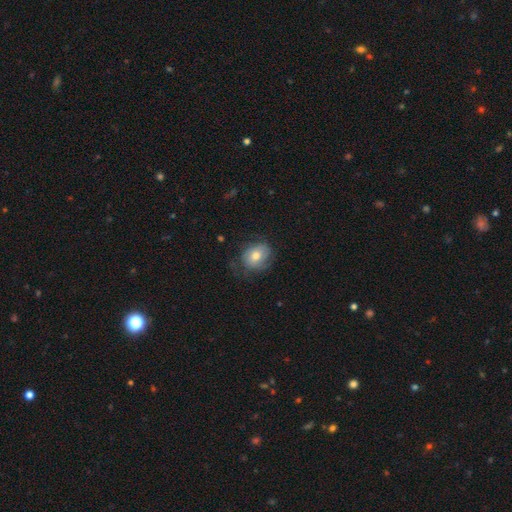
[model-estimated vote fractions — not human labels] Overall: smooth (61%; featured or disk 31%). How rounded: round (56%; in between 43%). Merging: none (61%; minor disturbance 26%).